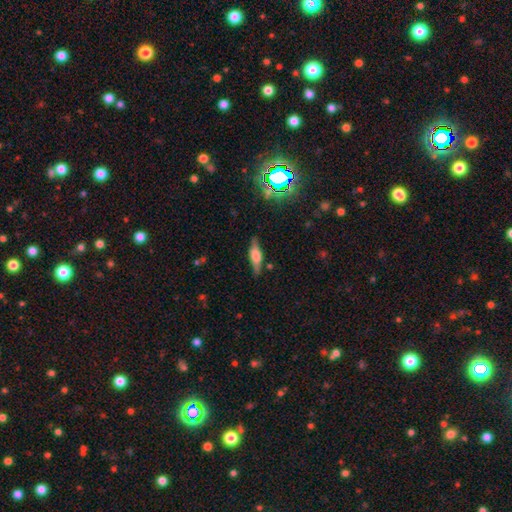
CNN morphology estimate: smooth_or_featured: smooth (p=0.47) [alt: featured or disk p=0.44]
merging: none (p=0.77) [alt: minor disturbance p=0.17]